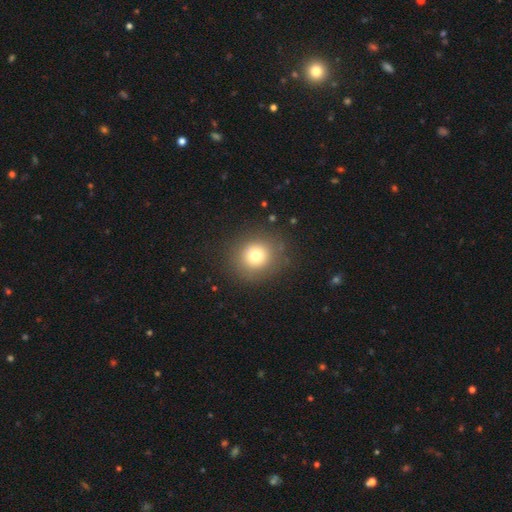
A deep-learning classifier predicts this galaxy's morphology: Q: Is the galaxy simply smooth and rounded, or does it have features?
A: smooth — 75%.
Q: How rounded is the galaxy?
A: round — 88%.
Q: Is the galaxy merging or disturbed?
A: none — 86%.